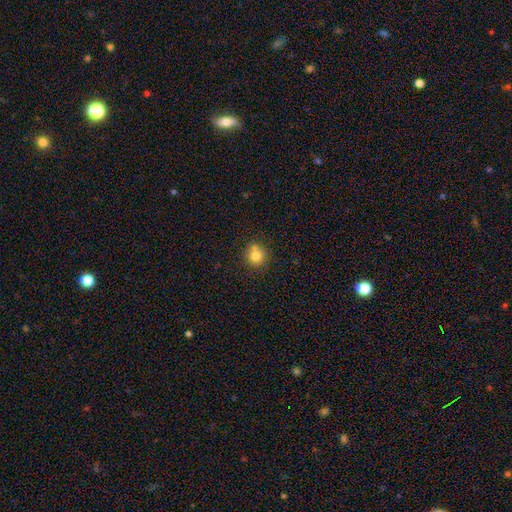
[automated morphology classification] Smooth or featured? smooth (77%)
How rounded? round (88%)
Merging? none (63%)